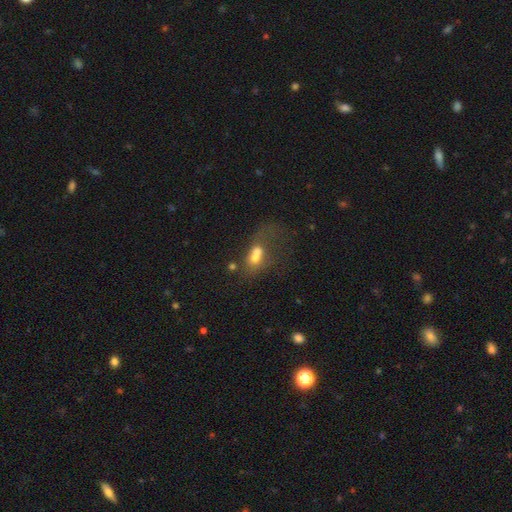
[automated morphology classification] This is possibly a smooth galaxy (55%). How rounded: likely in between (63%). Merging: likely merger (60%).